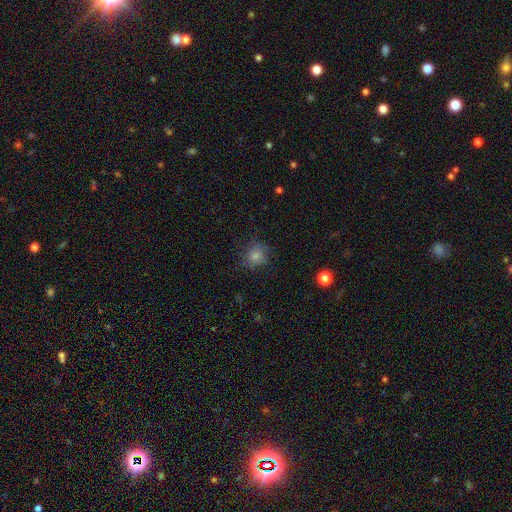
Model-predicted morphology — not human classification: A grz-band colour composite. It shows a smooth galaxy with no disk features (76%) that is round (78%). Merging: none (71%).